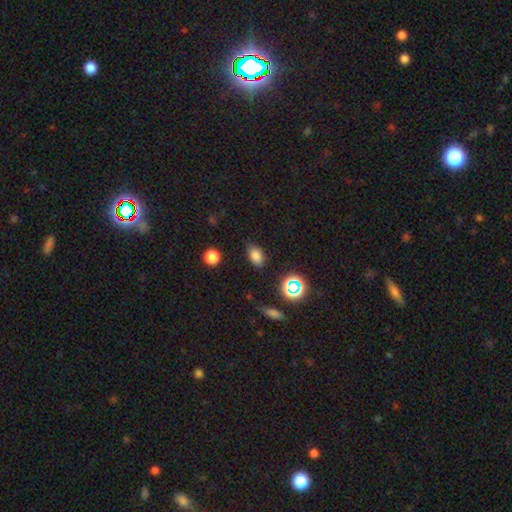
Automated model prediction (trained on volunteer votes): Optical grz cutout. It shows a smooth galaxy with no disk features (78%) that is in between round and cigar-shaped (83%). Merging: none (76%).